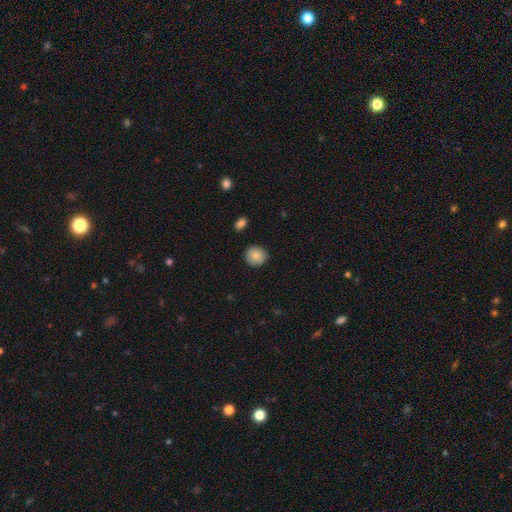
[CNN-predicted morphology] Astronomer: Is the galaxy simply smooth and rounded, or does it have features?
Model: smooth — 87%.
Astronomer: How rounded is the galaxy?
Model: round — 87%.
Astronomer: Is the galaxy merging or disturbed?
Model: none — 88%.